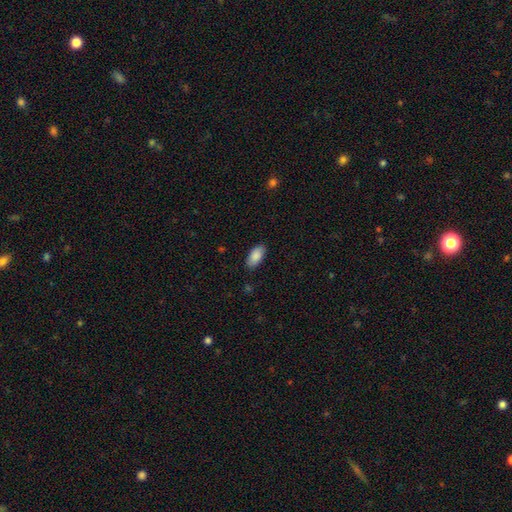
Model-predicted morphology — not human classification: smooth-or-featured: smooth: 88% | star or artifact: 6% | featured or disk: 5%
  how-rounded: in between: 93% | cigar-shaped: 5% | round: 2%
  merging: none: 87% | minor disturbance: 10% | major disturbance: 2% | merger: 1%